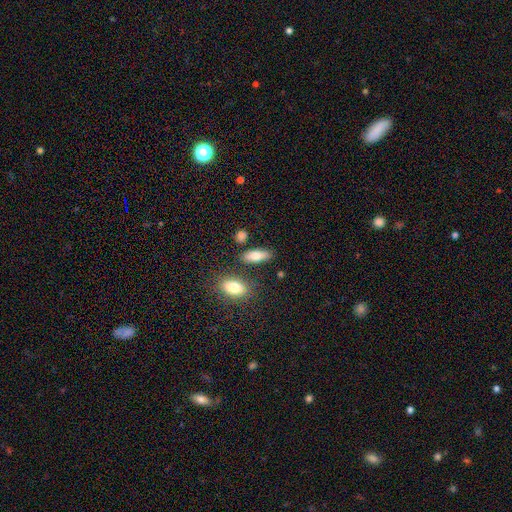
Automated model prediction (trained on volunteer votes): Smooth or featured? Predicted: smooth (p=0.79). How rounded? Predicted: in between (p=0.74). Merging? Predicted: none (p=0.78).